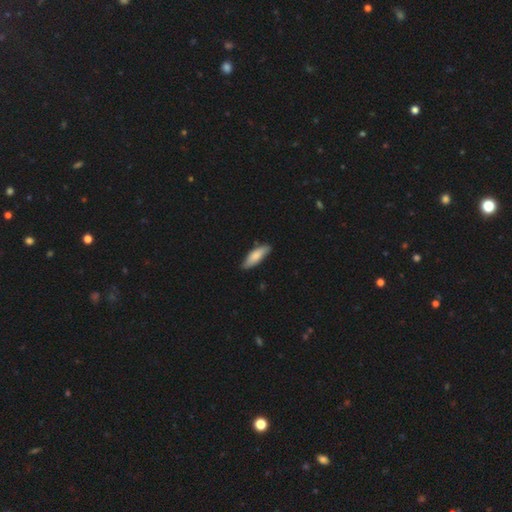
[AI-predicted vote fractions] Smooth or featured: smooth — 80% (featured or disk — 15%)
How rounded: in between — 54% (cigar-shaped — 44%)
Merging: none — 80% (minor disturbance — 17%)